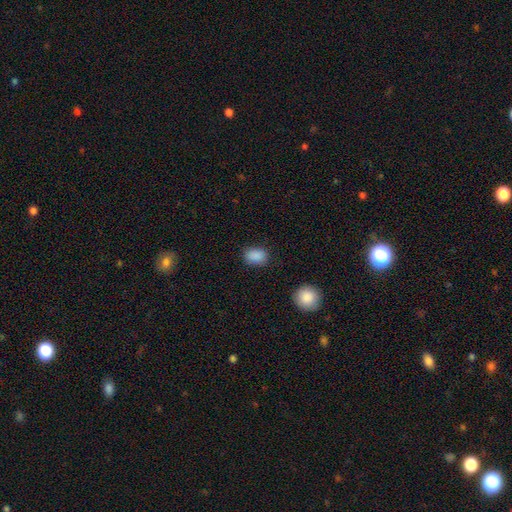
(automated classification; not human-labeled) The model was most divided on "how rounded": in between: 68%, round: 30%, cigar-shaped: 1%. More confident: smooth or featured — smooth (88%); merging — none (82%).